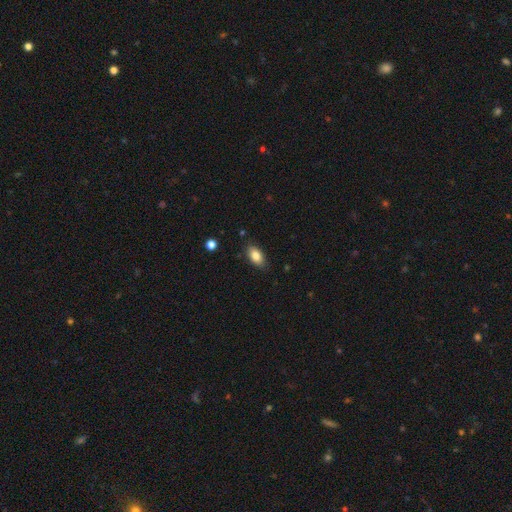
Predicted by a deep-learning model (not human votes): smooth 83%, featured or disk 9%, star or artifact 8%. Down the decision tree: how rounded — in between (91%); merging — none (84%).